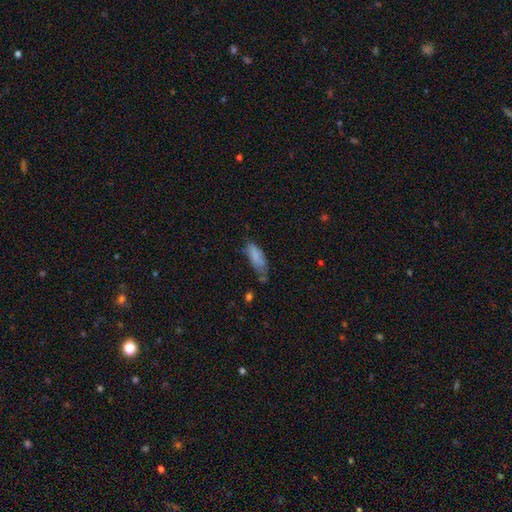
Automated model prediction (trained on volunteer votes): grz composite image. It shows a smooth galaxy with no disk features (79%) that is in between round and cigar-shaped (66%). Merging: none (38%).